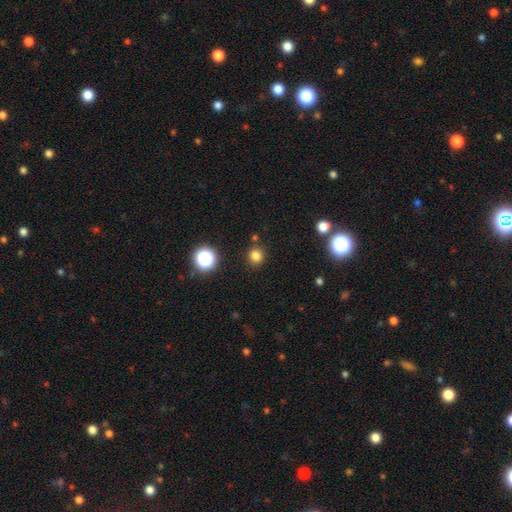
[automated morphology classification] smooth_or_featured: smooth (p=0.80) [alt: star or artifact p=0.15]
how_rounded: round (p=0.91) [alt: in between p=0.08]
merging: none (p=0.88) [alt: minor disturbance p=0.07]